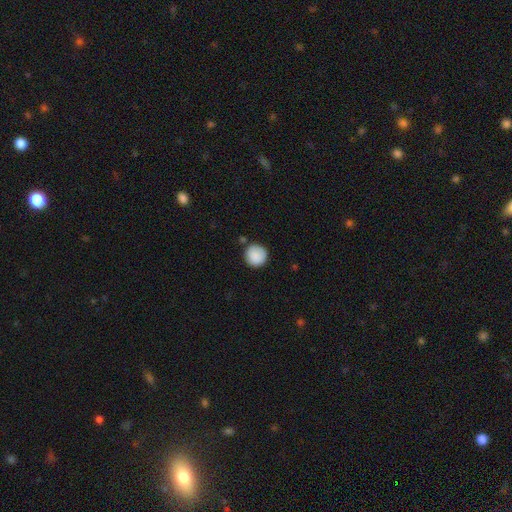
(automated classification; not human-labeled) A smooth galaxy with no disk features (88%) that is round (95%).

Vote fractions:
- Smooth or featured? smooth: 88% / star or artifact: 8% / featured or disk: 4%
- How rounded? round: 95% / in between: 5% / cigar-shaped: 1%
- Merging? none: 83% / minor disturbance: 11% / merger: 3% / major disturbance: 3%